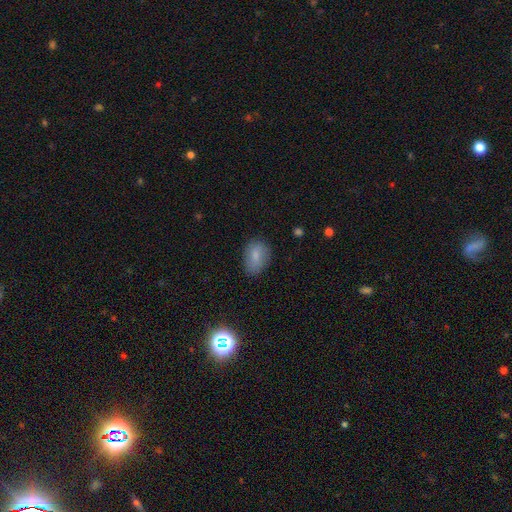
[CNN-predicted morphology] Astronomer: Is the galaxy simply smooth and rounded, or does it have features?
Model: smooth — 81%.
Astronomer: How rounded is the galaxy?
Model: in between — 75%.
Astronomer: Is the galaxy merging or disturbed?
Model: none — 78%.